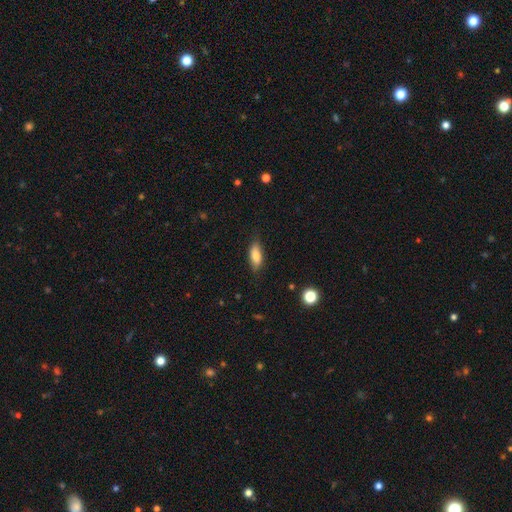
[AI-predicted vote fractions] This appears to be a smooth galaxy with no disk features (81%) that is in between round and cigar-shaped (75%). Merging: none (79%).